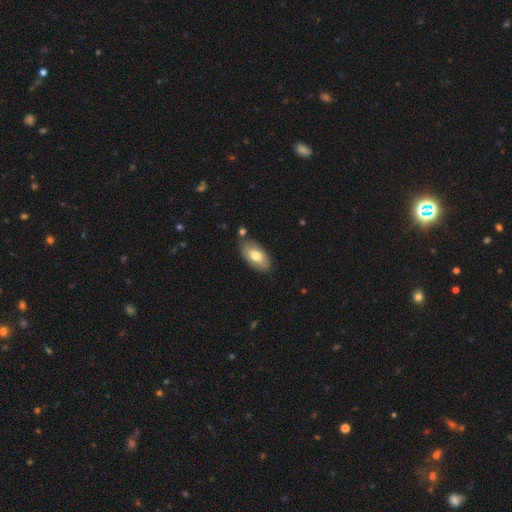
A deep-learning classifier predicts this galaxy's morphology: smooth-or-featured: smooth: 73% | featured or disk: 21% | star or artifact: 6%
  how-rounded: in between: 93% | cigar-shaped: 4% | round: 3%
  merging: none: 82% | minor disturbance: 12% | merger: 4% | major disturbance: 3%